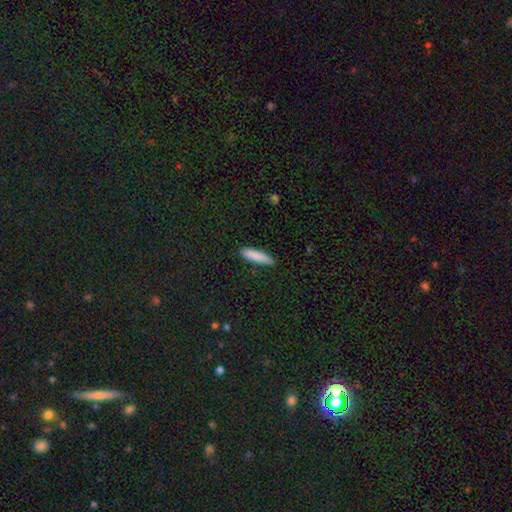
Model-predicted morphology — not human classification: A smooth galaxy with no disk features (86%) that is cigar-shaped (80%).

Vote fractions:
- Smooth or featured? smooth: 86% / featured or disk: 8% / star or artifact: 6%
- How rounded? cigar-shaped: 80% / in between: 18% / round: 1%
- Merging? none: 86% / minor disturbance: 11% / major disturbance: 2% / merger: 1%